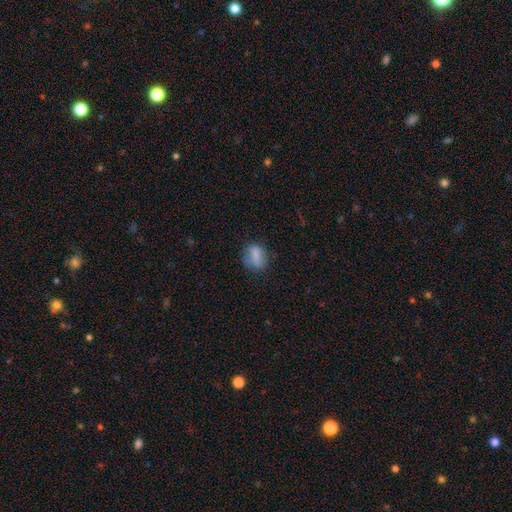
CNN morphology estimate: Smooth or featured?
  - smooth: 74% *
  - featured or disk: 17%
  - star or artifact: 9%
How rounded?
  - in between: 58% *
  - round: 36%
  - cigar-shaped: 6%
Merging?
  - none: 74% *
  - minor disturbance: 18%
  - major disturbance: 6%
  - merger: 2%